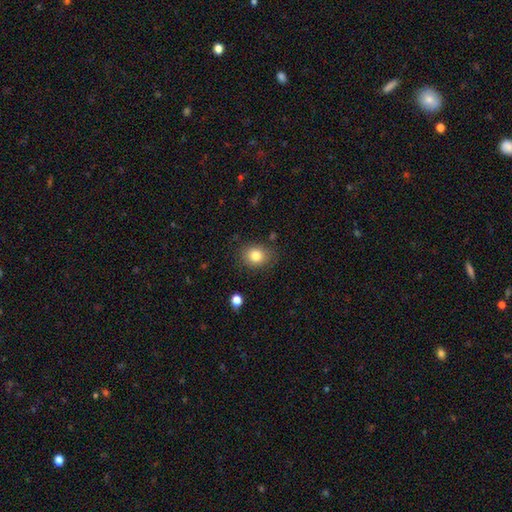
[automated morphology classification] A smooth galaxy with no disk features (82%) that is round (55%).

Vote fractions:
- Smooth or featured? smooth: 82% / star or artifact: 10% / featured or disk: 8%
- How rounded? round: 55% / in between: 45% / cigar-shaped: 1%
- Merging? none: 82% / minor disturbance: 13% / major disturbance: 3% / merger: 2%